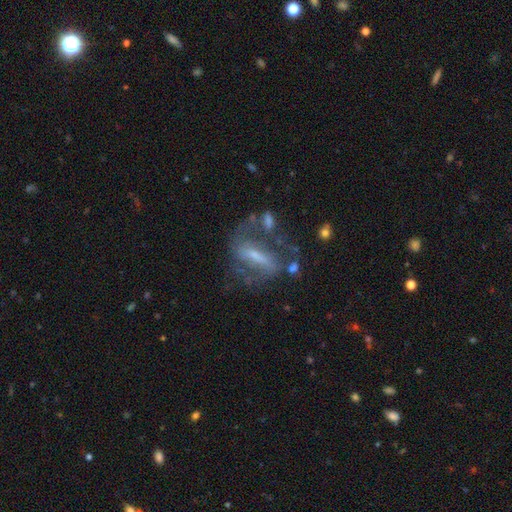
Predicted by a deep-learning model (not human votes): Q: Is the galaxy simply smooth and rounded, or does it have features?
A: featured or disk — 69%.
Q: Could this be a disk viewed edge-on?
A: no — 84%.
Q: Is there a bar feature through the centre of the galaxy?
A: strong — 53%.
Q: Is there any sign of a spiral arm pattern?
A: yes — 72%.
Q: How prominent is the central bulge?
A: small — 53%.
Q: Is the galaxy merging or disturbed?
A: none — 53%.